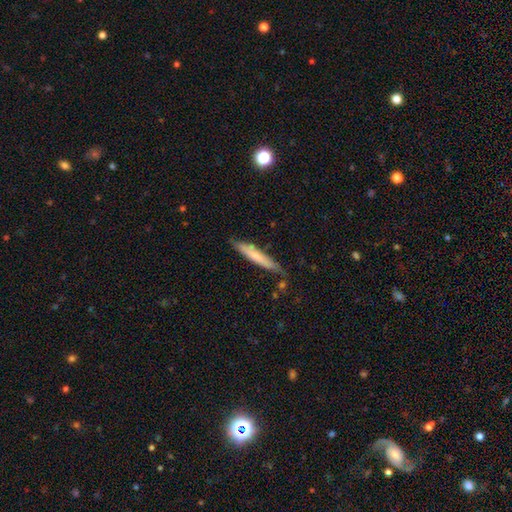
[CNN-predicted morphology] A smooth galaxy with no disk features (63%) that is cigar-shaped (92%). Merging: none (76%).